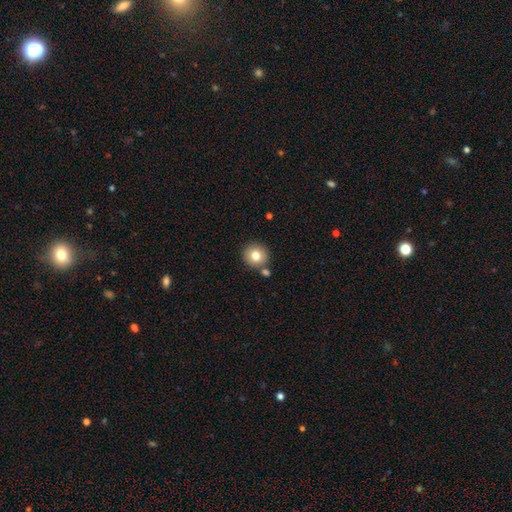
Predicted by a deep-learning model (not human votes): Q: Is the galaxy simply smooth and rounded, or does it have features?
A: smooth — 79%.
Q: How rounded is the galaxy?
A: round — 93%.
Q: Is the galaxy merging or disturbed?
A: none — 79%.